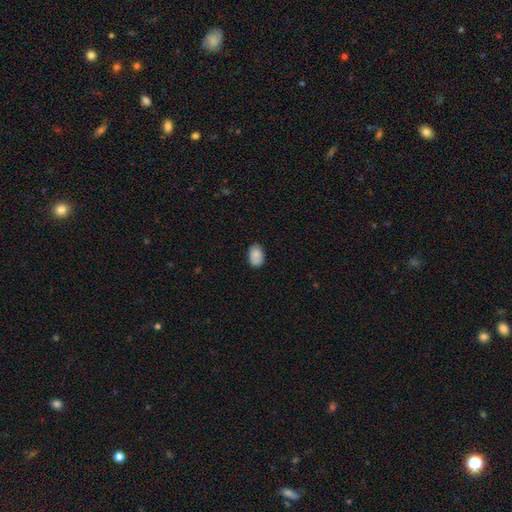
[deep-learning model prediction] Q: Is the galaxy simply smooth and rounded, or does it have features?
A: smooth — 86%.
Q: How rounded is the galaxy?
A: in between — 85%.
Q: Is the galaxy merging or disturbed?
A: none — 80%.